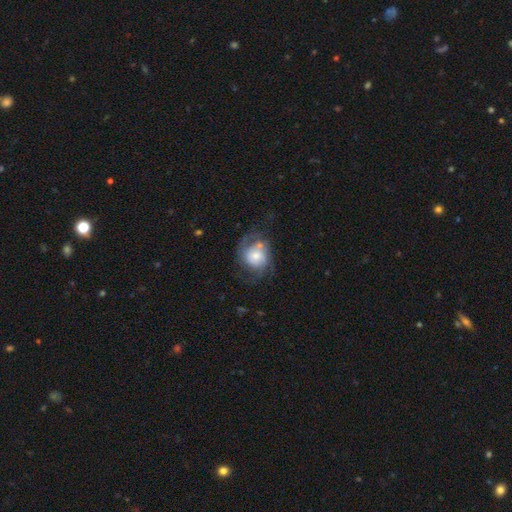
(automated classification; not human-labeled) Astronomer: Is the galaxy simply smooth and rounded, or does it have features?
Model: featured or disk — 55% (runner-up: smooth, 37%).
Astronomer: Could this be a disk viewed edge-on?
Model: no — 97%.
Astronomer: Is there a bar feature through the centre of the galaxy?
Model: no — 73%.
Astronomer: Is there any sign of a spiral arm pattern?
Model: yes — 77%.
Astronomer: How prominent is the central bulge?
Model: moderate — 42% (runner-up: small, 29%).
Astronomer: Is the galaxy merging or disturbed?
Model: none — 44% (runner-up: major disturbance, 25%).